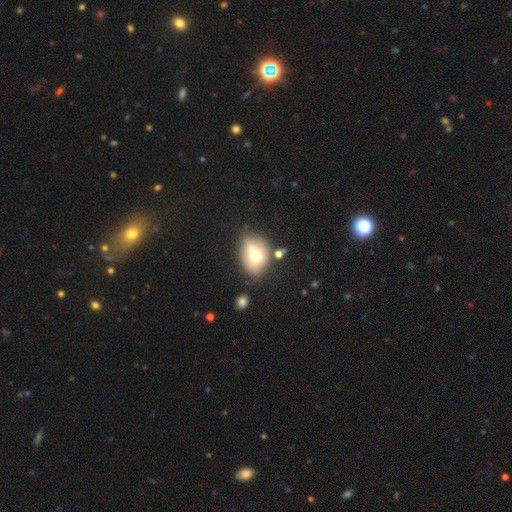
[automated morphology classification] smooth 64%, featured or disk 25%, star or artifact 10%. Down the decision tree: how rounded — in between (61%); merging — none (51%).